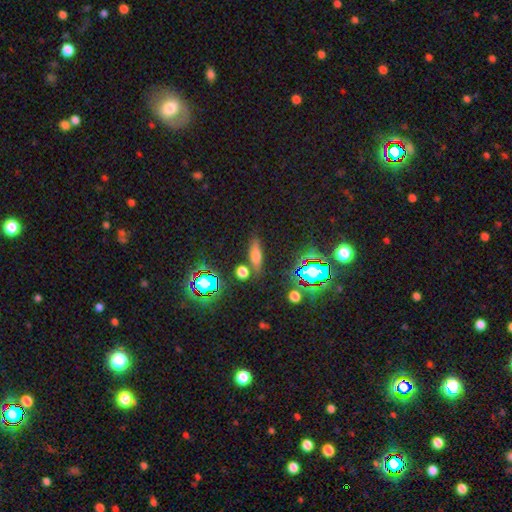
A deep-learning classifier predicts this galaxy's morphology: Overall: smooth (58%; star or artifact 22%). How rounded: cigar-shaped (50%; in between 42%). Merging: none (78%).